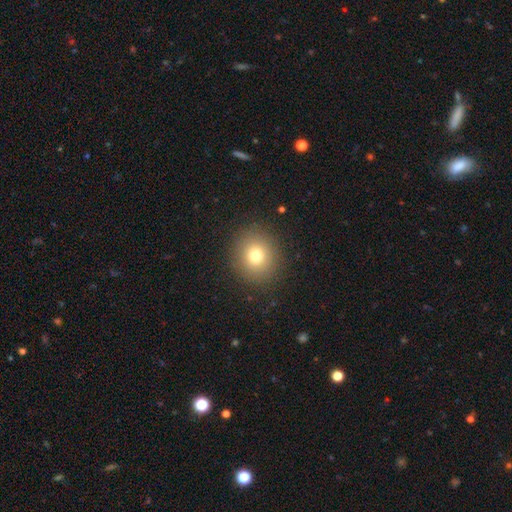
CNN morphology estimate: This is likely a smooth galaxy (76%). How rounded: likely round (78%). Merging: clearly none (89%).